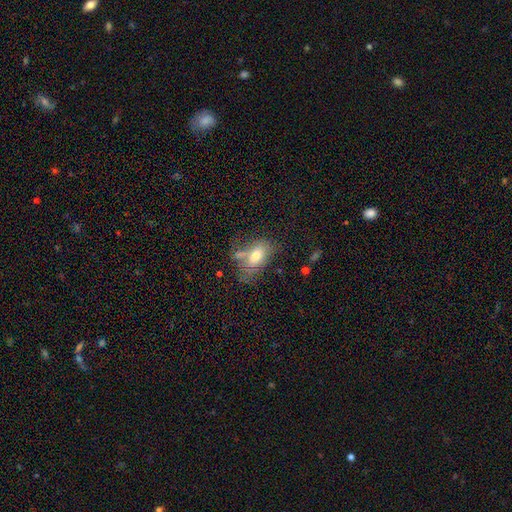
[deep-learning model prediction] This appears to be a smooth galaxy with no disk features (68%) that is in between round and cigar-shaped (88%). Merging: none (43%).